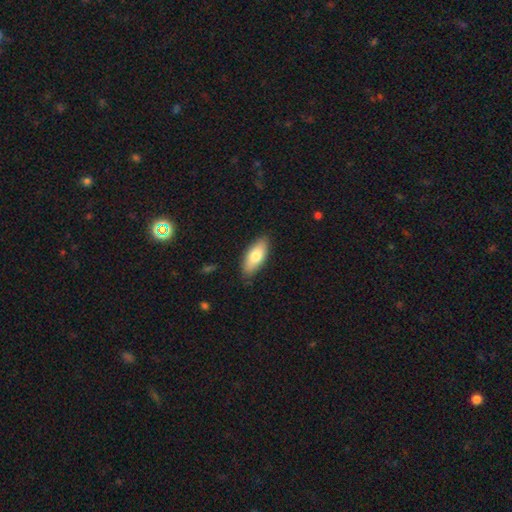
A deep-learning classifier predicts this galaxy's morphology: Overall: smooth (78%). How rounded: in between (81%). Merging: none (84%).